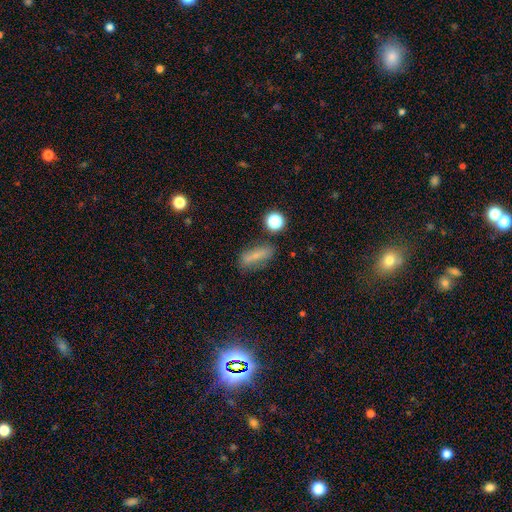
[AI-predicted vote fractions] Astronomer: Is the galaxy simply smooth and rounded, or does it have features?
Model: smooth — 68%.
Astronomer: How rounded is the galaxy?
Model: in between — 50% (runner-up: cigar-shaped, 42%).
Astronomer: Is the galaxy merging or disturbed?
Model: none — 73%.